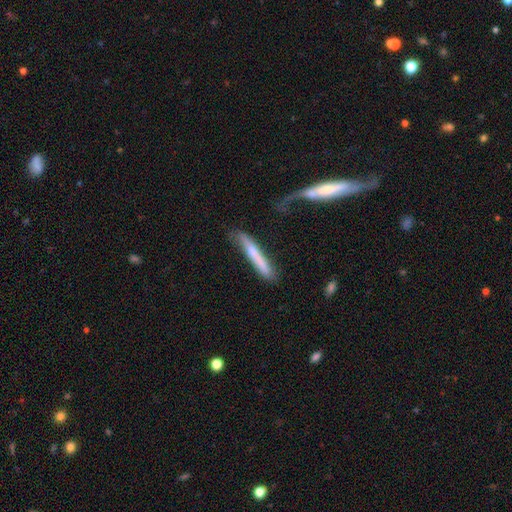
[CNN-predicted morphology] Smooth or featured? smooth (57%)
How rounded? cigar-shaped (94%)
Merging? none (56%)